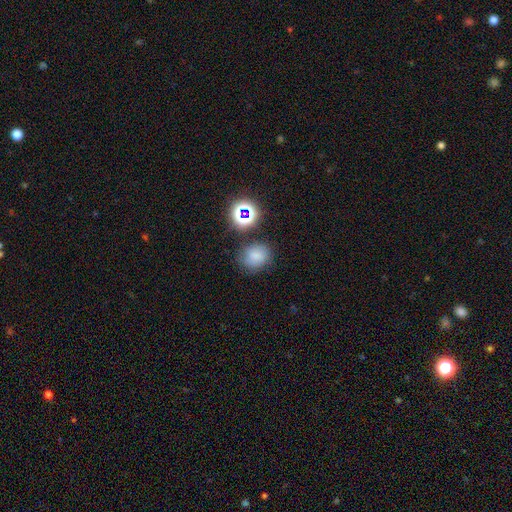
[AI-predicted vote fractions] This appears to be a smooth galaxy with no disk features (69%) that is round (63%). Merging: none (70%).